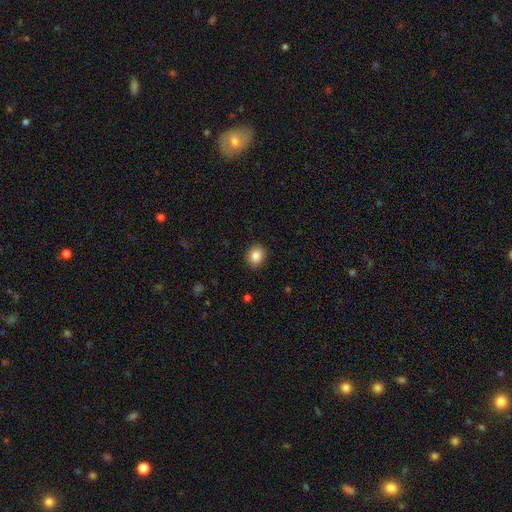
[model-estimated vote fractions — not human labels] A smooth galaxy with no disk features (86%) that is round (60%). Merging: none (90%).